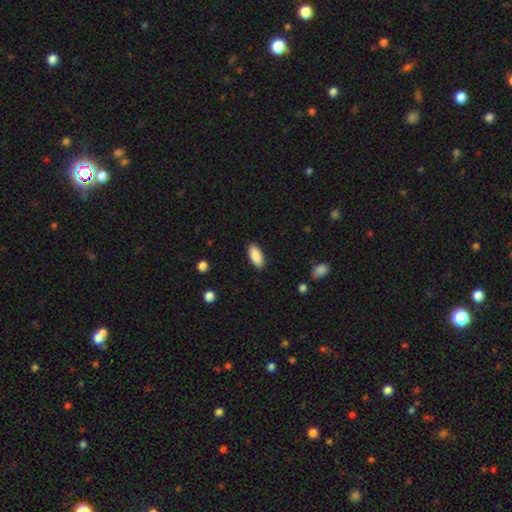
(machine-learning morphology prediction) Smooth or featured? Predicted: smooth (p=0.89). How rounded? Predicted: in between (p=0.86). Merging? Predicted: none (p=0.89).